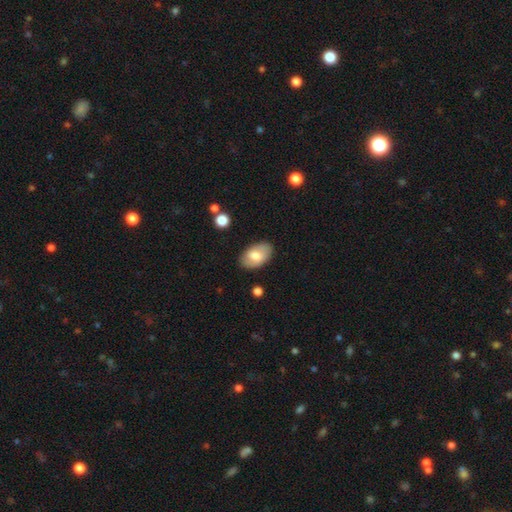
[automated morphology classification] smooth_or_featured: smooth (p=0.69) [alt: featured or disk p=0.25]
how_rounded: in between (p=0.93) [alt: round p=0.06]
merging: none (p=0.84) [alt: minor disturbance p=0.12]